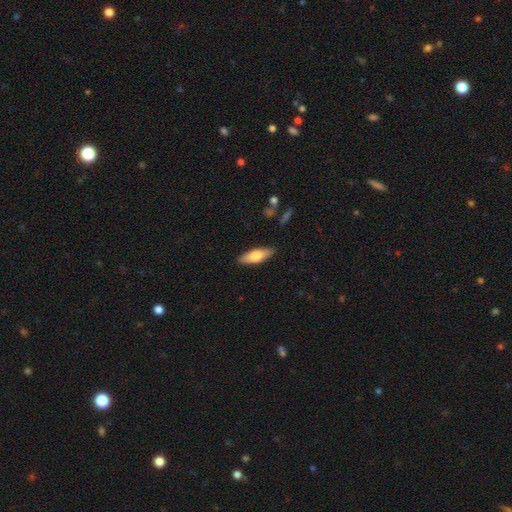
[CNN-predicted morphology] Smooth or featured? smooth (67%)
How rounded? in between (60%)
Merging? none (87%)